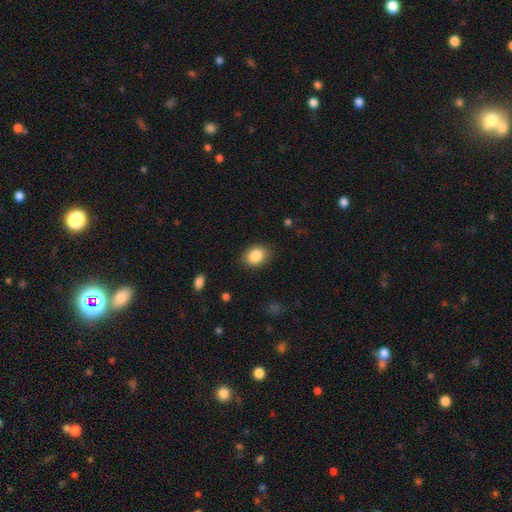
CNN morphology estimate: Overall: smooth (87%). How rounded: in between (63%; round 36%). Merging: none (84%).